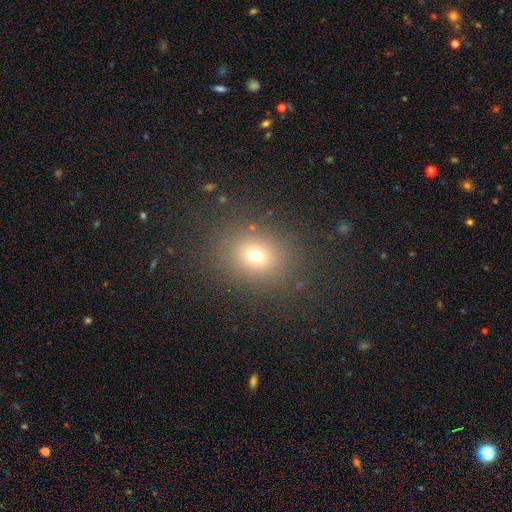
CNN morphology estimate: This is likely a smooth galaxy (70%). How rounded: likely round (64%). Merging: clearly none (84%).